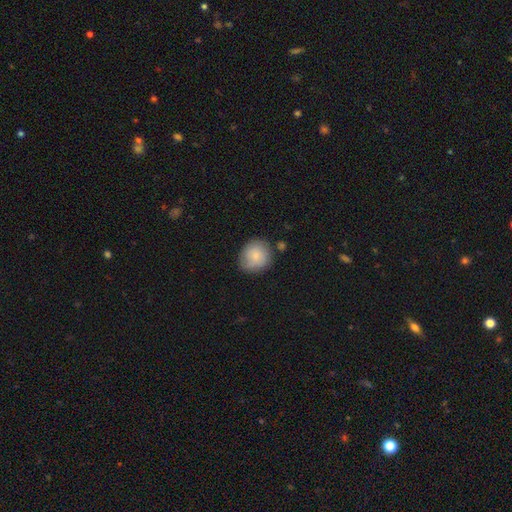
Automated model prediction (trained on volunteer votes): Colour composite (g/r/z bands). It shows a smooth galaxy with no disk features (79%) that is round (81%). Merging: none (72%).